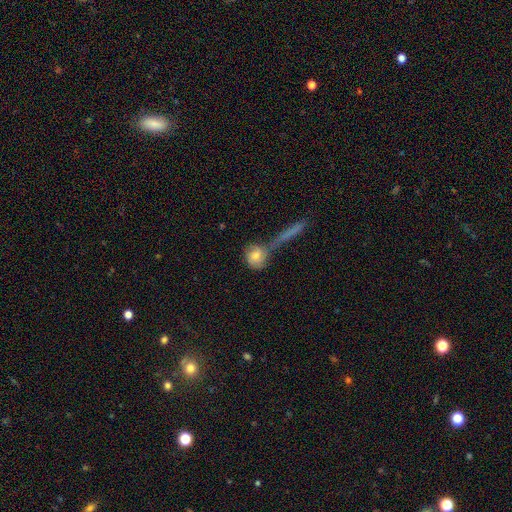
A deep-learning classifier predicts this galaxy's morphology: The model was most divided on "merging": none: 44%, merger: 31%, minor disturbance: 15%, major disturbance: 11%. More confident: how rounded — round (69%); smooth or featured — smooth (63%).